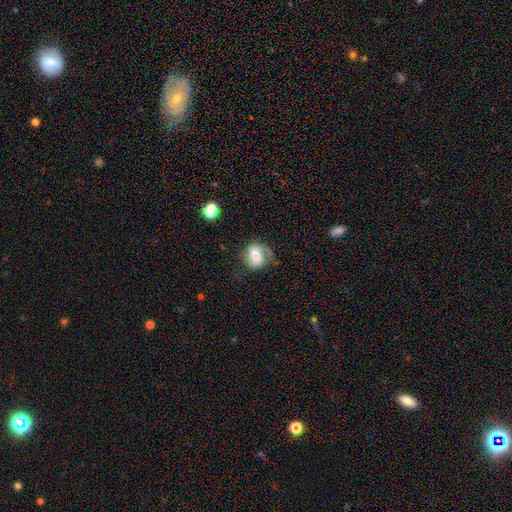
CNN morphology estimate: This appears to be a featured or disk galaxy (50%). Merging: none (52%).